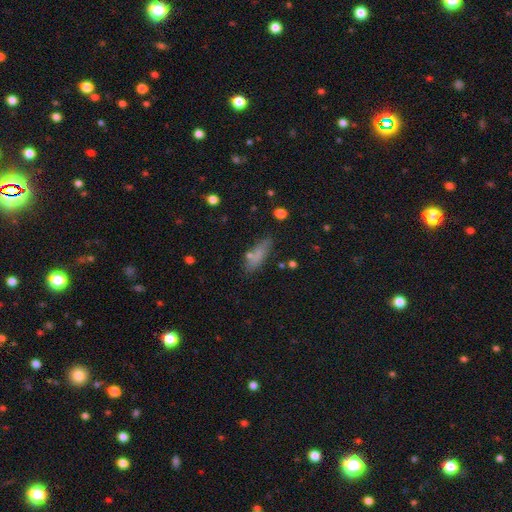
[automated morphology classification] Q: Smooth or featured?
A: smooth (75%); runner-up: featured or disk (16%)
Q: How rounded?
A: in between (50%); runner-up: cigar-shaped (47%)
Q: Merging?
A: none (75%); runner-up: minor disturbance (15%)